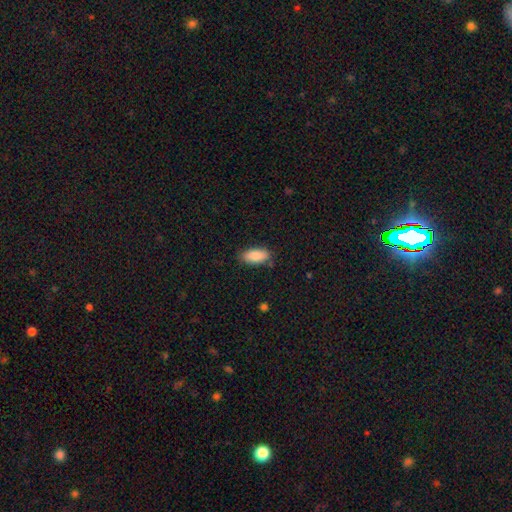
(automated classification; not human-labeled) This appears to be a smooth galaxy with no disk features (88%) that is in between round and cigar-shaped (89%). Merging: none (82%).